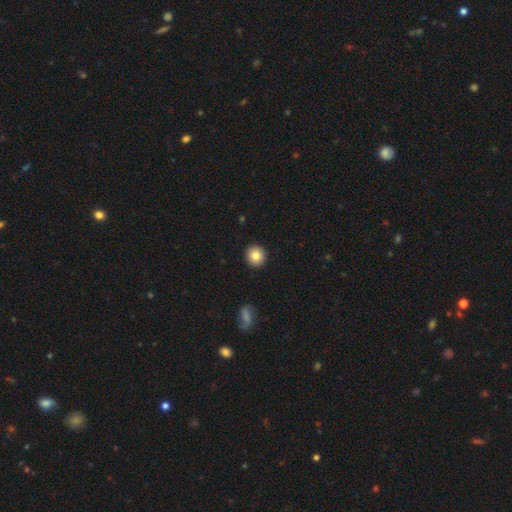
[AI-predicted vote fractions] Smooth or featured? Predicted: smooth (p=0.82). How rounded? Predicted: round (p=0.93). Merging? Predicted: none (p=0.92).